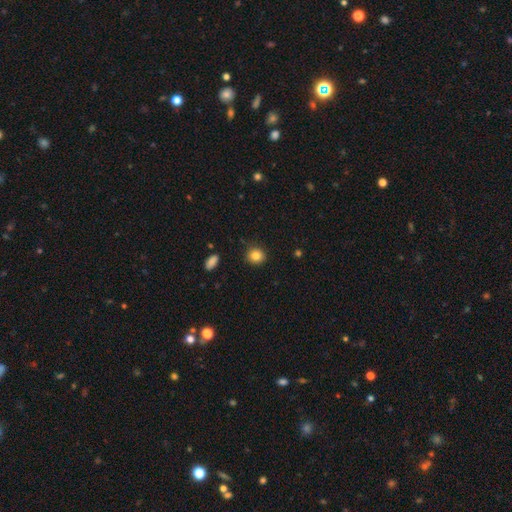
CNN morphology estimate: This is clearly a smooth galaxy (84%). How rounded: clearly round (83%). Merging: clearly none (89%).